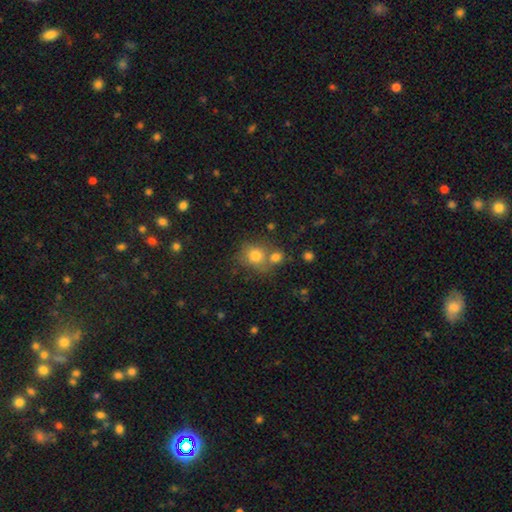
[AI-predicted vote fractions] smooth-or-featured: smooth: 79% | star or artifact: 12% | featured or disk: 9%
  how-rounded: round: 80% | in between: 19% | cigar-shaped: 1%
  merging: none: 51% | merger: 32% | minor disturbance: 11% | major disturbance: 5%